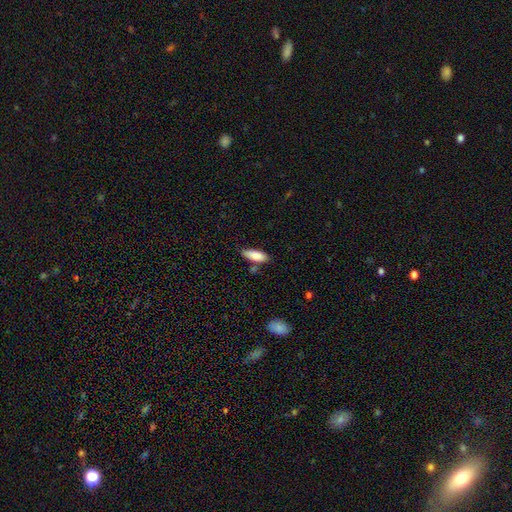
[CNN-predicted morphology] Smooth or featured?
  - smooth: 86% *
  - featured or disk: 7%
  - star or artifact: 6%
How rounded?
  - in between: 72% *
  - cigar-shaped: 26%
  - round: 2%
Merging?
  - none: 73% *
  - minor disturbance: 18%
  - merger: 6%
  - major disturbance: 3%